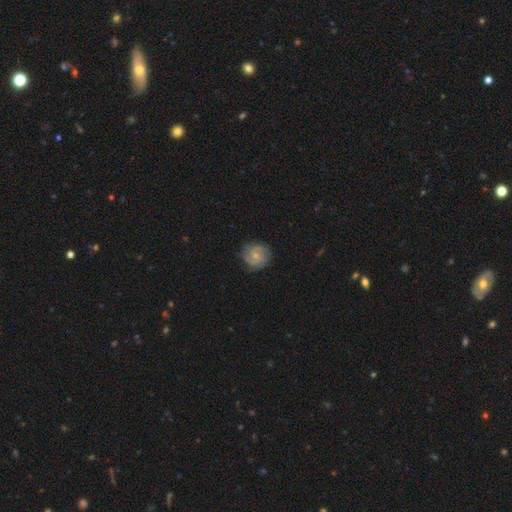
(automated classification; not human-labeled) Q: Smooth or featured?
A: featured or disk (72%); runner-up: smooth (22%)
Q: Edge-on disk?
A: no (98%); runner-up: yes (2%)
Q: Bar?
A: no (58%); runner-up: weak (36%)
Q: Spiral arms?
A: yes (93%); runner-up: no (7%)
Q: Spiral winding?
A: tight (51%); runner-up: medium (38%)
Q: Spiral arm count?
A: 2 (60%); runner-up: can't tell (16%)
Q: Bulge size?
A: small (60%); runner-up: moderate (33%)
Q: Merging?
A: none (79%); runner-up: minor disturbance (15%)